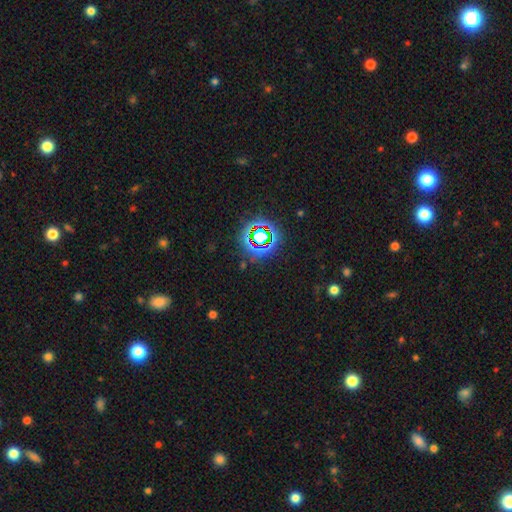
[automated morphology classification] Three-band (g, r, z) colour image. It shows a star or artifact, not a galaxy (58%).